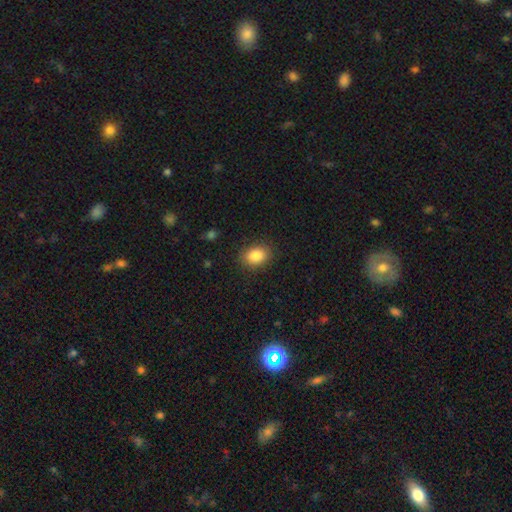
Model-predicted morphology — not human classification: Smooth or featured: smooth — 87% (star or artifact — 8%)
How rounded: in between — 73% (round — 25%)
Merging: none — 86% (minor disturbance — 10%)